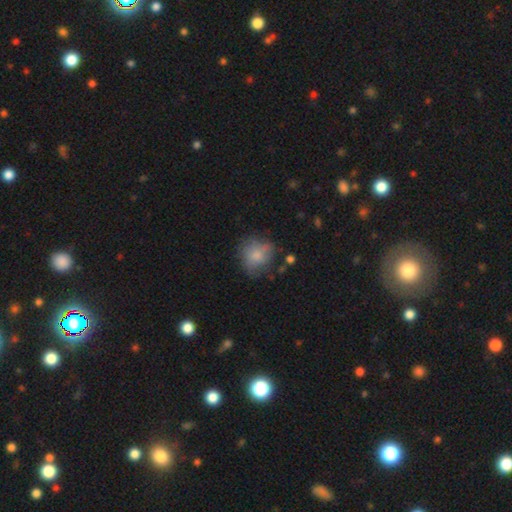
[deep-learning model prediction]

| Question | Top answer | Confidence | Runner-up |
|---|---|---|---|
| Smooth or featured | smooth | 71% | featured or disk (19%) |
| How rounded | round | 76% | in between (23%) |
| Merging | none | 57% | minor disturbance (26%) |